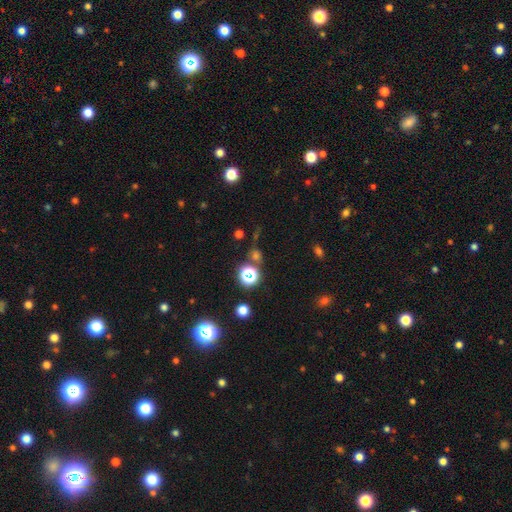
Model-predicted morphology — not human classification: A star or artifact, not a galaxy (55%).

Vote fractions:
- Smooth or featured? star or artifact: 55% / smooth: 35% / featured or disk: 10%